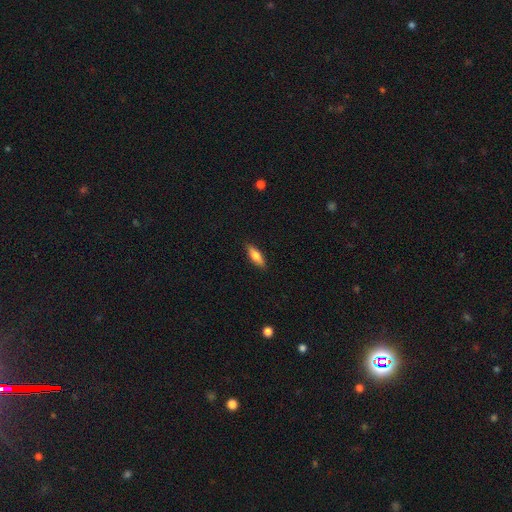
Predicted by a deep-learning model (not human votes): Overall: smooth (66%; featured or disk 27%). How rounded: in between (53%; cigar-shaped 45%). Merging: none (88%).